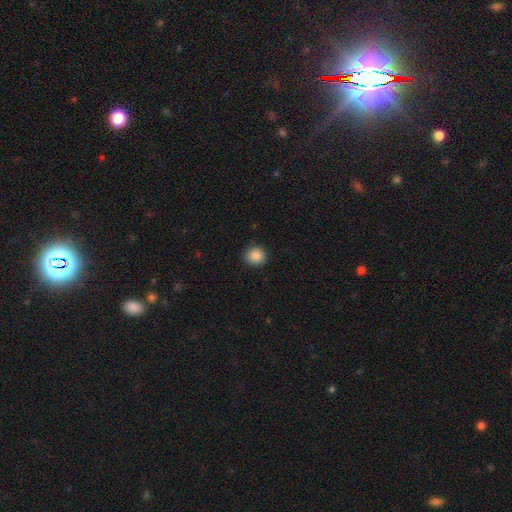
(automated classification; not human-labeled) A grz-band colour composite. It shows a smooth galaxy with no disk features (88%) that is round (90%). Merging: none (89%).